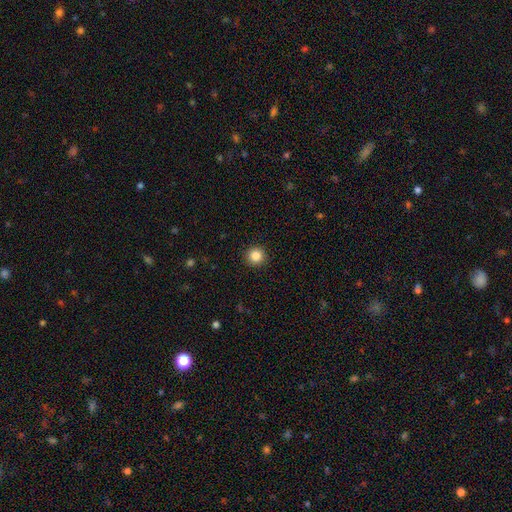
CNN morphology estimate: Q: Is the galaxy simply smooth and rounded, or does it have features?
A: smooth — 85%.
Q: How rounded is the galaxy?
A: round — 95%.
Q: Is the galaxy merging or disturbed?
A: none — 93%.